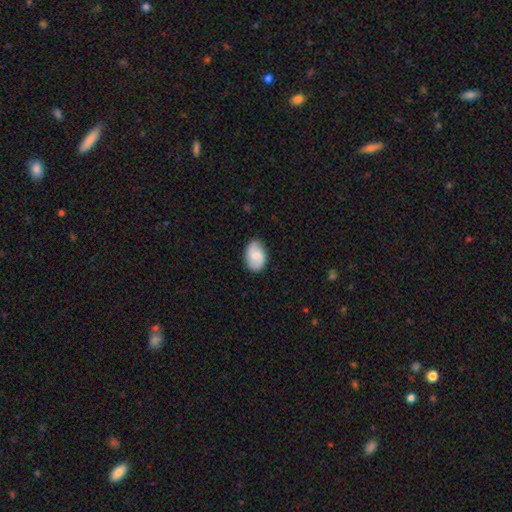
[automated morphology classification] This is likely a smooth galaxy (62%). How rounded: clearly in between (88%). Merging: likely none (80%).